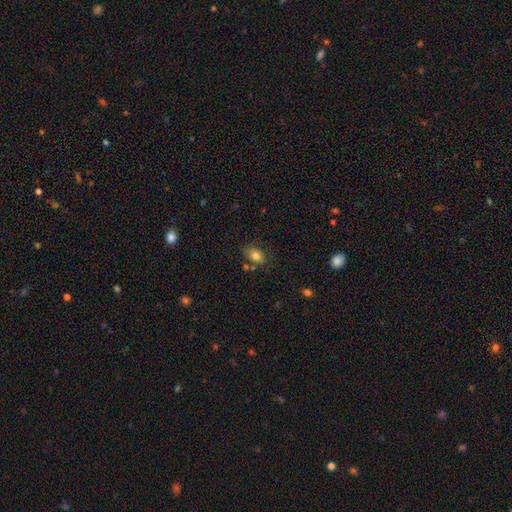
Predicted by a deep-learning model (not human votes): smooth-or-featured: smooth: 80% | featured or disk: 10% | star or artifact: 10%
  how-rounded: in between: 76% | round: 22% | cigar-shaped: 1%
  merging: none: 68% | minor disturbance: 19% | merger: 8% | major disturbance: 5%